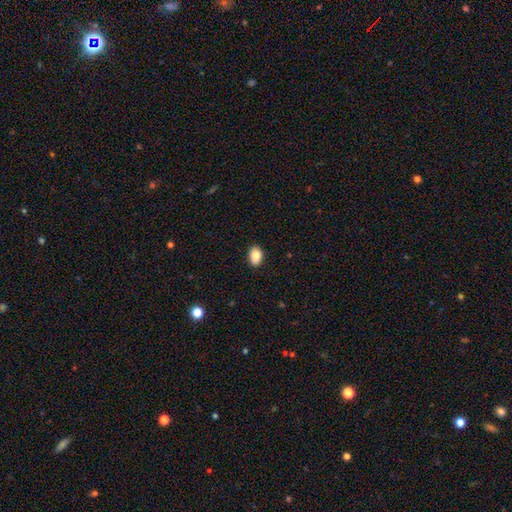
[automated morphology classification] The model was most divided on "how rounded": in between: 84%, round: 15%, cigar-shaped: 1%. More confident: smooth or featured — smooth (87%); merging — none (86%).